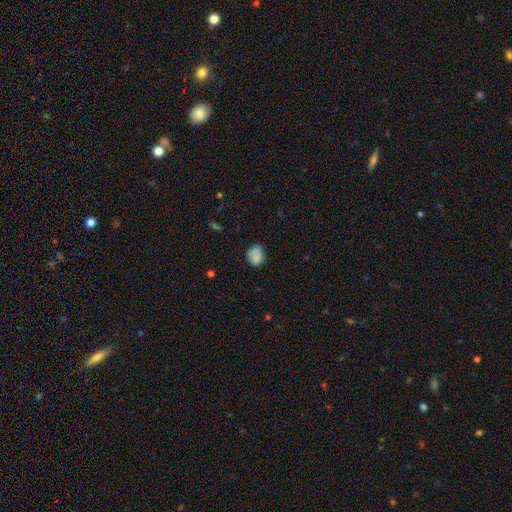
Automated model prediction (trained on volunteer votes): Smooth or featured? smooth (85%)
How rounded? round (54%)
Merging? none (70%)